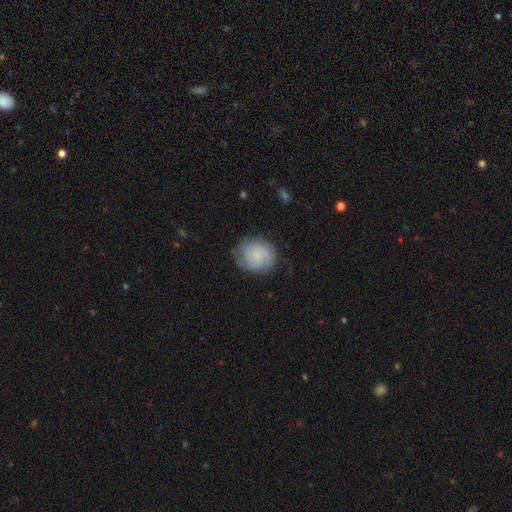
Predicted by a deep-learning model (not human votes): This appears to be a smooth galaxy with no disk features (67%) that is round (78%). Merging: none (74%).